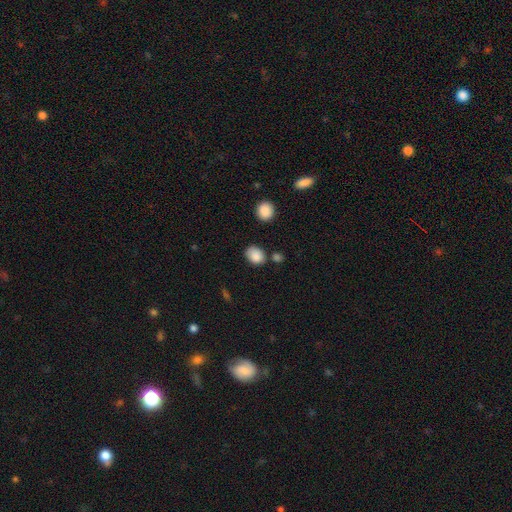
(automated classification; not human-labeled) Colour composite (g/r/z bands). It shows a smooth galaxy with no disk features (87%) that is in between round and cigar-shaped (58%). Merging: none (69%).